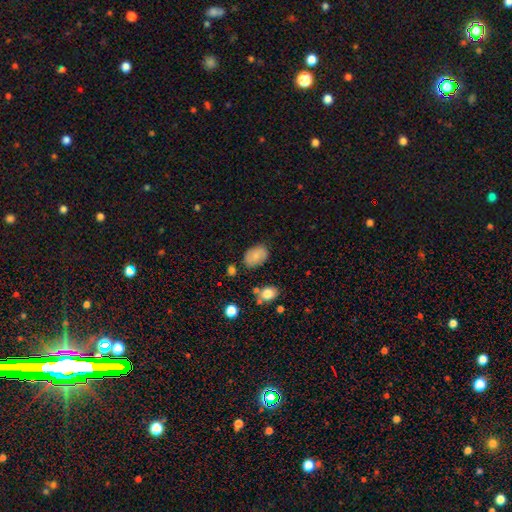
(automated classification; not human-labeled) Morphology: type=smooth (66%); roundness=in between (82%); merging=none (78%).